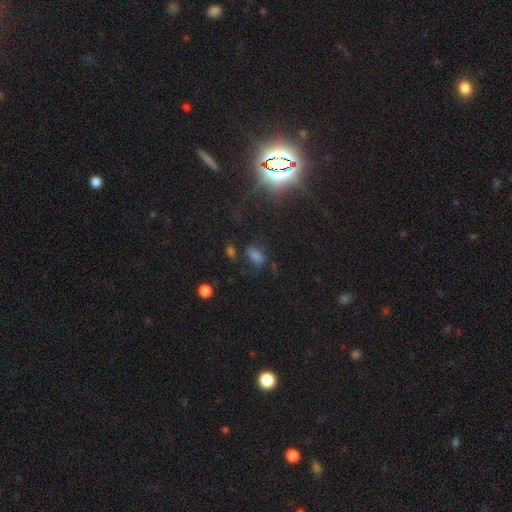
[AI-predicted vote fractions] Overall: smooth (46%; star or artifact 39%). Merging: none (62%).